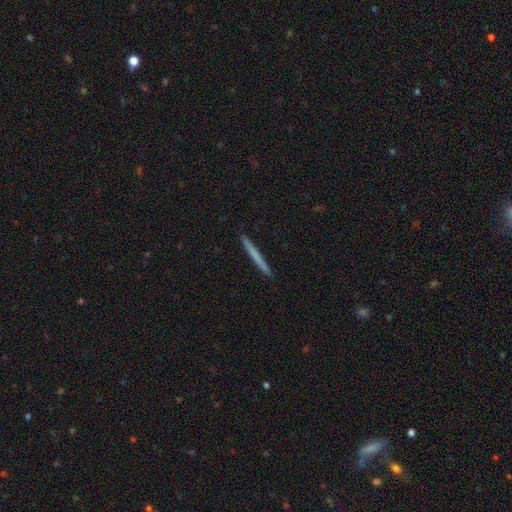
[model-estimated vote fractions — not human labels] A smooth galaxy with no disk features (61%) that is cigar-shaped (97%). Merging: none (93%).